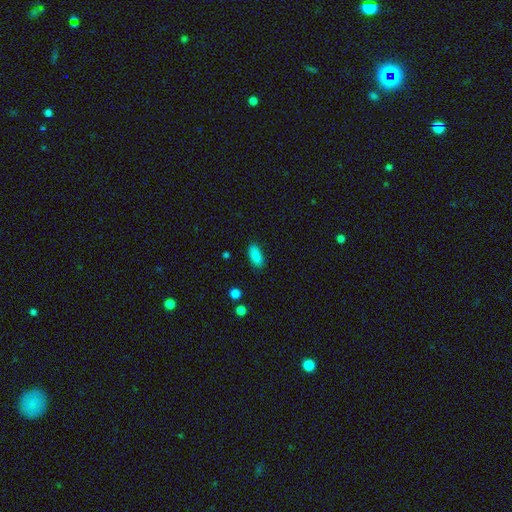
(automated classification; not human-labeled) A smooth galaxy with no disk features (88%) that is in between round and cigar-shaped (87%). Merging: none (87%).